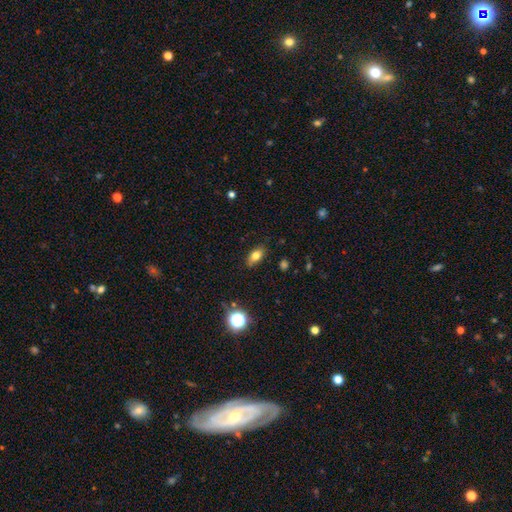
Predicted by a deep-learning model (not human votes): smooth_or_featured: smooth (p=0.76) [alt: featured or disk p=0.13]
how_rounded: in between (p=0.83) [alt: round p=0.10]
merging: none (p=0.82) [alt: minor disturbance p=0.14]